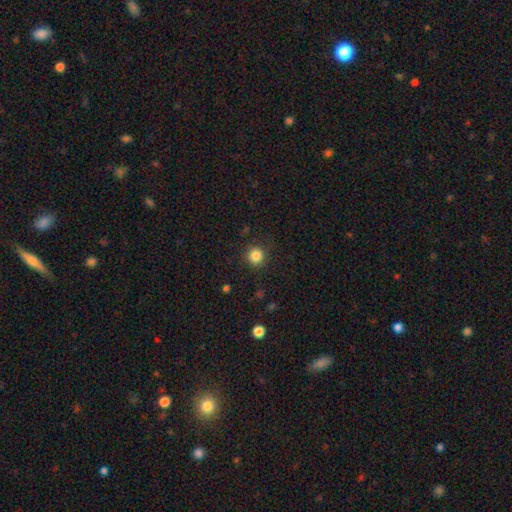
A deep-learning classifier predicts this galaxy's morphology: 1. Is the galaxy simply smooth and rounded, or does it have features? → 84% smooth, 12% star or artifact, 4% featured or disk.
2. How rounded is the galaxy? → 94% round, 5% in between, 1% cigar-shaped.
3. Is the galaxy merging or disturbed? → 90% none, 7% minor disturbance, 2% major disturbance, 1% merger.